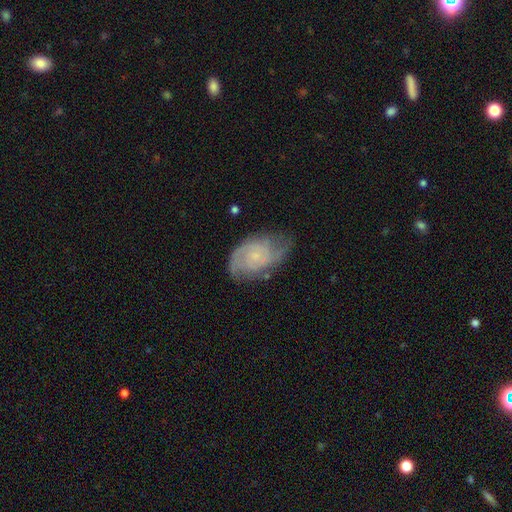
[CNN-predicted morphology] The model was most divided on "spiral winding": tight: 48%, medium: 40%, loose: 12%. More confident: edge-on disk — no (97%); spiral arms — yes (94%); smooth or featured — featured or disk (78%); bulge size — small (74%); bar — no (72%); merging — none (64%); spiral arm count — 2 (60%).